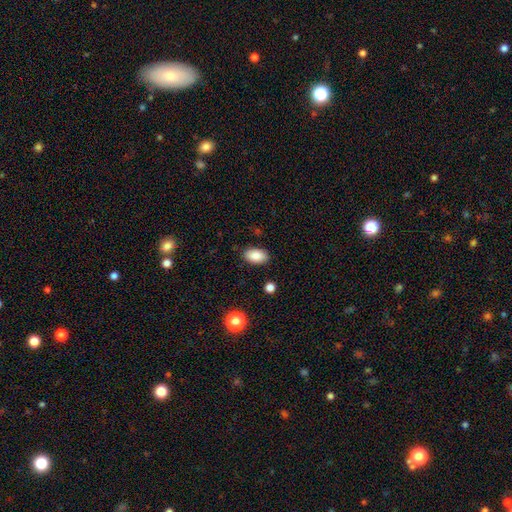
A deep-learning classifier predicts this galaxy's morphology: Overall: smooth (86%). How rounded: in between (93%). Merging: none (87%).